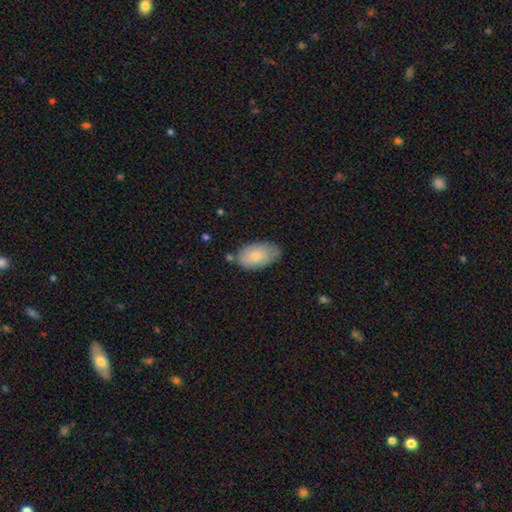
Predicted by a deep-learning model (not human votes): This is likely a smooth galaxy (77%). How rounded: clearly in between (94%). Merging: likely none (70%).